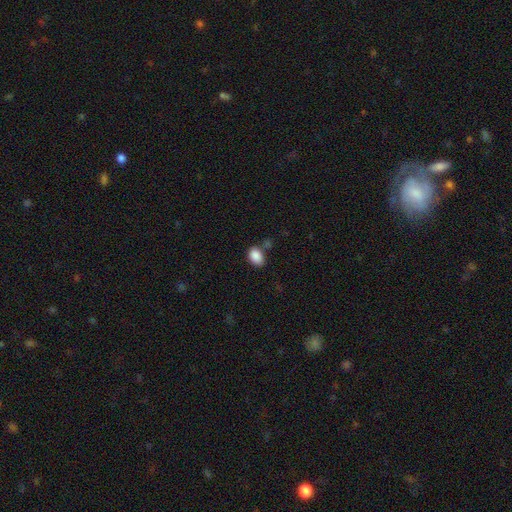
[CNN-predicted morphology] Smooth or featured? smooth (88%)
How rounded? in between (81%)
Merging? none (67%)